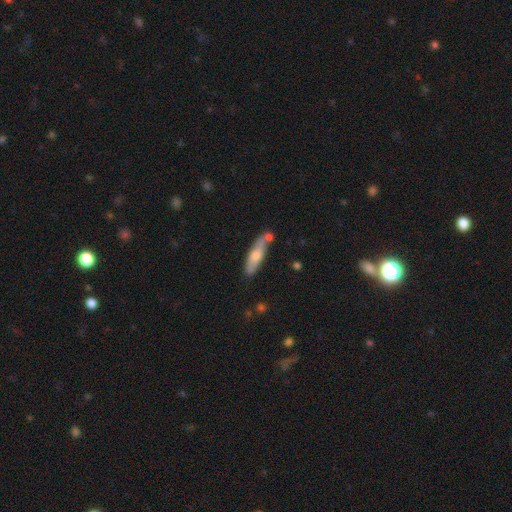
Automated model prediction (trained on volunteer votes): A smooth galaxy with no disk features (55%) that is cigar-shaped (73%). Merging: none (69%).